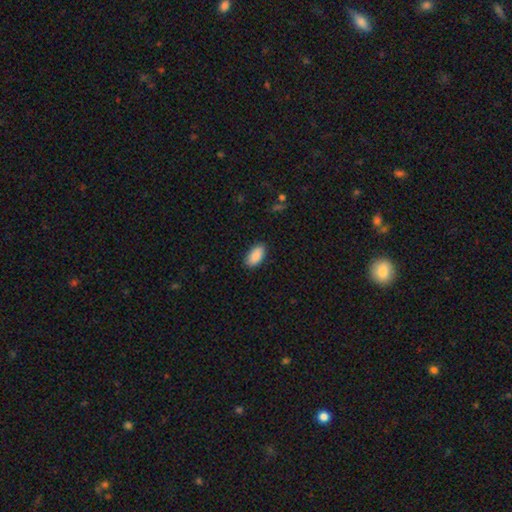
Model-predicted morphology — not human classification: Overall: smooth (90%). How rounded: in between (94%). Merging: none (87%).